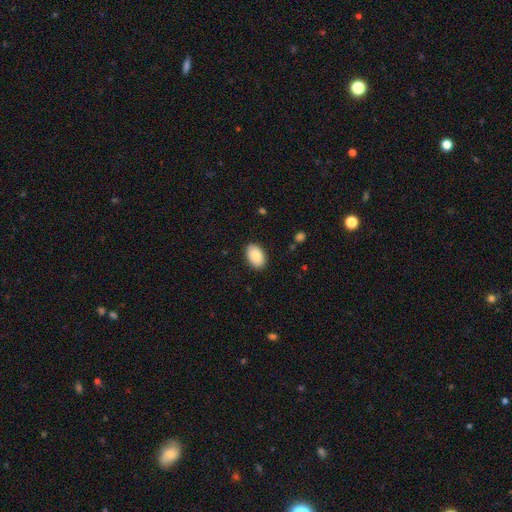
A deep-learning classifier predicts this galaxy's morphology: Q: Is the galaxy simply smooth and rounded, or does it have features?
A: smooth — 88%.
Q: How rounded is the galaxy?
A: in between — 91%.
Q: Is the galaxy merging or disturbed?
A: none — 88%.